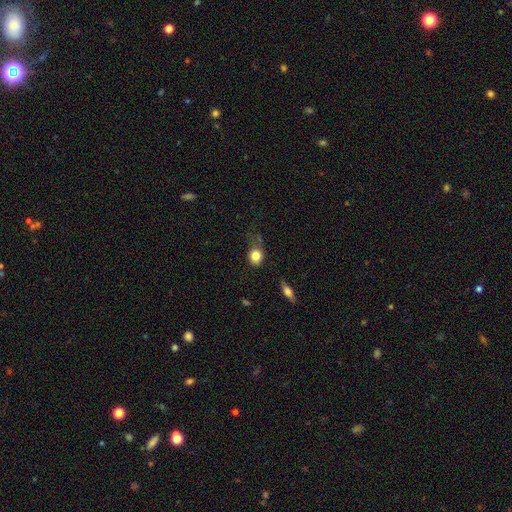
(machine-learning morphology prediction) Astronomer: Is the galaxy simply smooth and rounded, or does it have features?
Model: smooth — 82%.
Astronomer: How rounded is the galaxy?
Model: round — 68%.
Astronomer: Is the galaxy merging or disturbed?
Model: none — 48% (runner-up: minor disturbance, 32%).